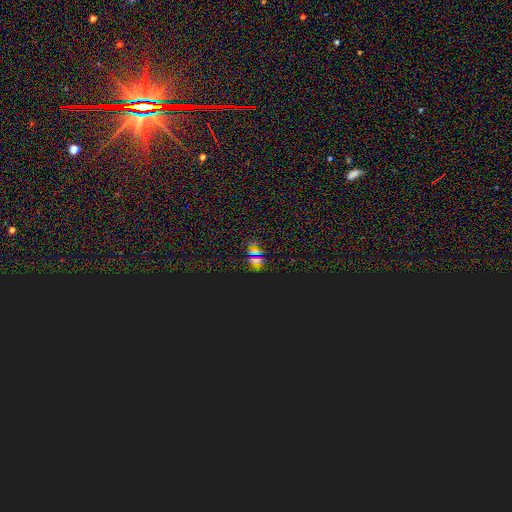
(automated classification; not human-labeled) smooth_or_featured: star or artifact (p=0.75) [alt: smooth p=0.17]